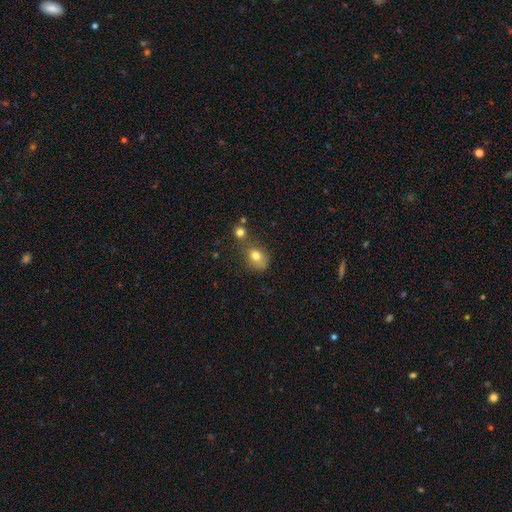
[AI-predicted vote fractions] Overall: smooth (76%). How rounded: in between (53%; round 45%). Merging: none (43%; merger 29%).